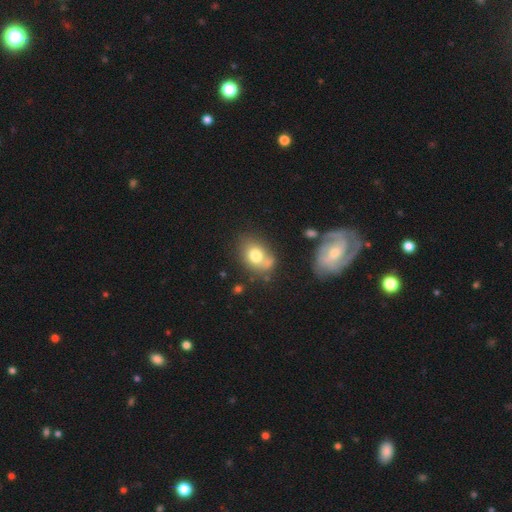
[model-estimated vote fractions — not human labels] Overall: smooth (74%). How rounded: in between (64%; round 34%). Merging: none (50%; minor disturbance 22%).